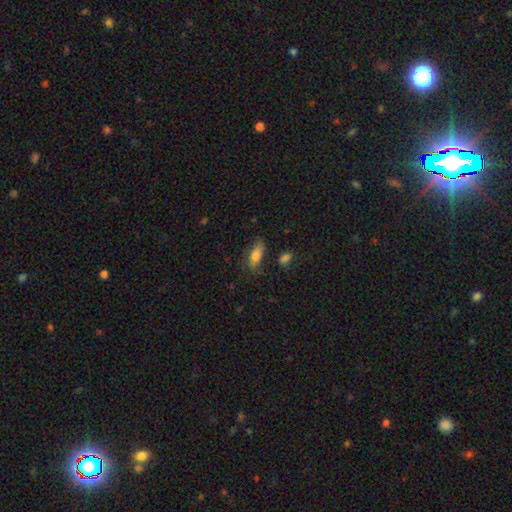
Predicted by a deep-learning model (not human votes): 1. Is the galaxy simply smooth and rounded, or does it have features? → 73% smooth, 18% featured or disk, 9% star or artifact.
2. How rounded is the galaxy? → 70% in between, 26% cigar-shaped, 3% round.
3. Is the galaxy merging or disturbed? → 63% none, 24% minor disturbance, 8% major disturbance, 4% merger.